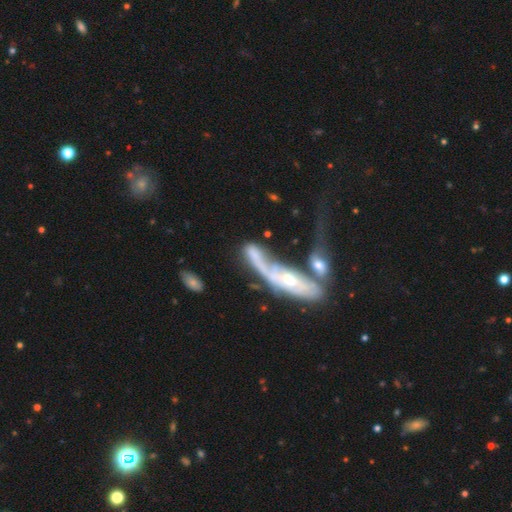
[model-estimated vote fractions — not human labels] The model was most divided on "smooth or featured": featured or disk: 51%, smooth: 42%, star or artifact: 8%. Remaining: edge-on disk — no (74%); merging — merger (42%).